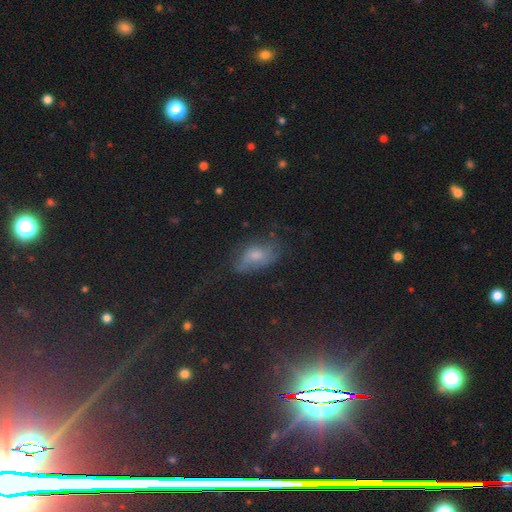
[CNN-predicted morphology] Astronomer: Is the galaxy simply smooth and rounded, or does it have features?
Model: smooth — 50% (runner-up: featured or disk, 28%).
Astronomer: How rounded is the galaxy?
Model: in between — 86%.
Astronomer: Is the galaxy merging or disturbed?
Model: none — 48% (runner-up: minor disturbance, 28%).